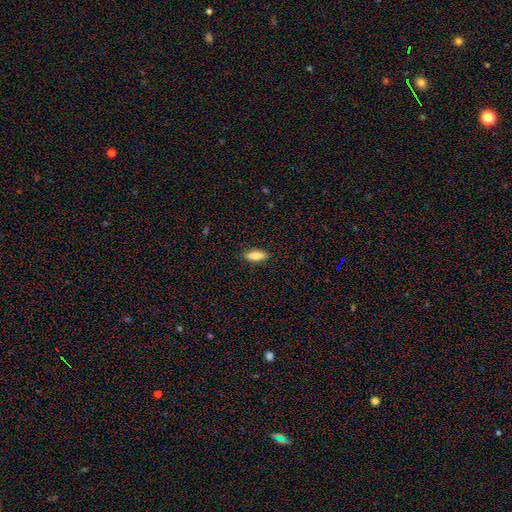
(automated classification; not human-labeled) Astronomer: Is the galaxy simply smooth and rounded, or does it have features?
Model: smooth — 78%.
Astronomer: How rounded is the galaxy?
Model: in between — 62%.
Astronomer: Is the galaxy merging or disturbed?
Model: none — 89%.